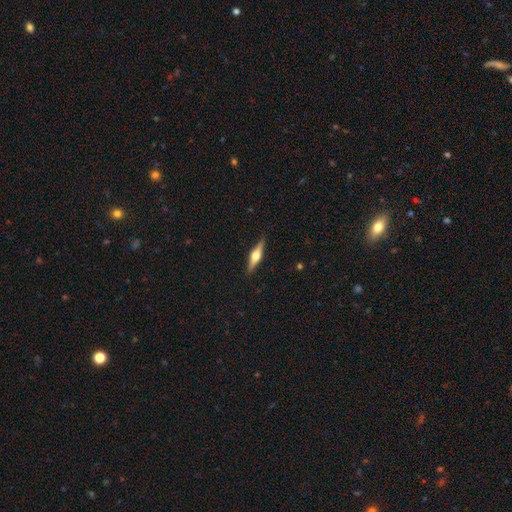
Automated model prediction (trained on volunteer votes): A featured or disk galaxy (70%) viewed edge-on (97%) with a rounded central bulge (95%).

Vote fractions:
- Smooth or featured? featured or disk: 70% / smooth: 25% / star or artifact: 6%
- Edge-on disk? yes: 97% / no: 3%
- Edge-on bulge? rounded: 95% / boxy: 3% / none: 2%
- Merging? none: 90% / minor disturbance: 7% / major disturbance: 2% / merger: 1%